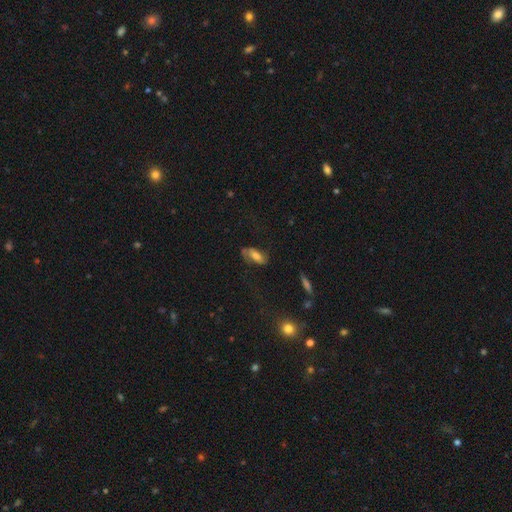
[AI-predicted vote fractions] featured or disk 50%, smooth 41%, star or artifact 9%. Down the decision tree: merging — none (61%).